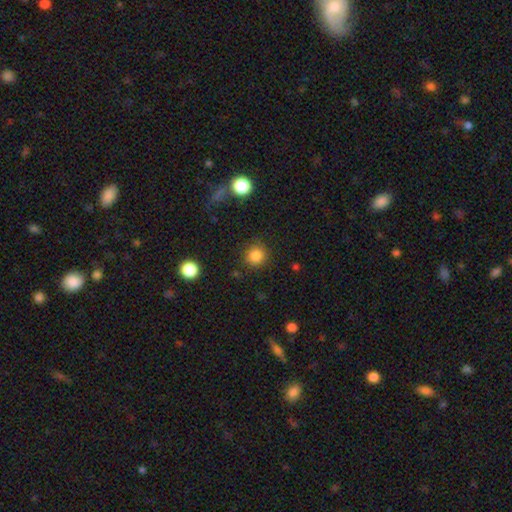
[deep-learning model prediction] Overall: smooth (85%). How rounded: round (91%). Merging: none (86%).